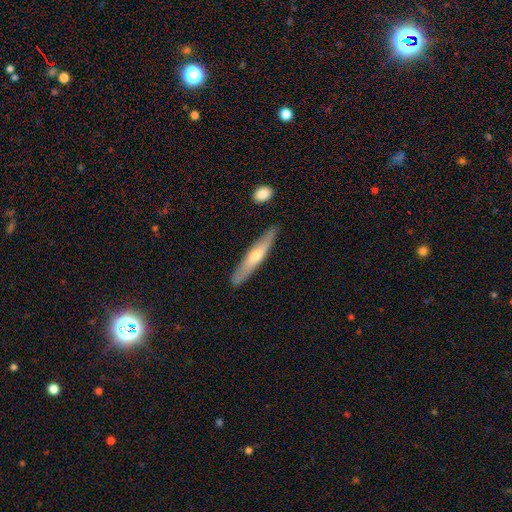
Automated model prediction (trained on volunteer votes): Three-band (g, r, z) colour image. It shows a featured or disk galaxy (51%) viewed edge-on (85%). Merging: none (85%).